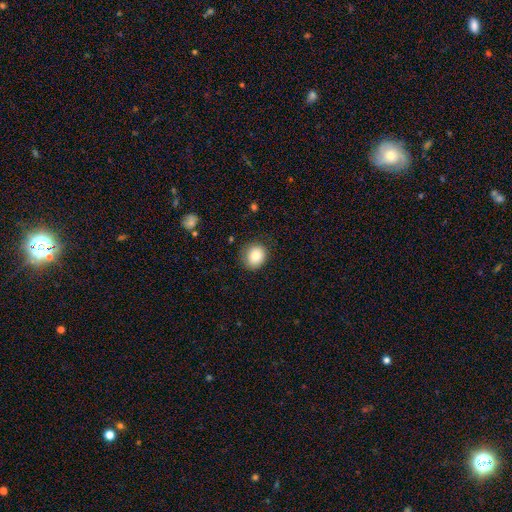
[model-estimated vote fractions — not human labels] The model was most divided on "how rounded": round: 78%, in between: 21%, cigar-shaped: 1%. More confident: smooth or featured — smooth (84%); merging — none (82%).